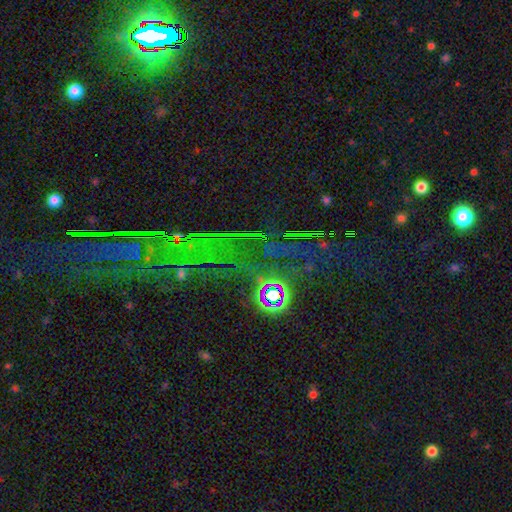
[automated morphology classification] type=star or artifact (82%).